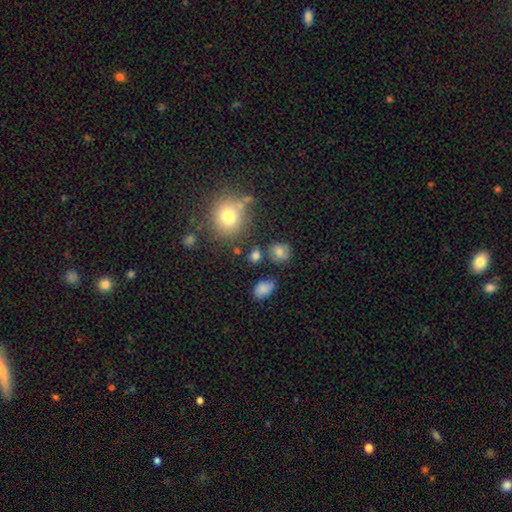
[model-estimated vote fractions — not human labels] Morphology: type=smooth (74%); roundness=round (60%); merging=none (73%).